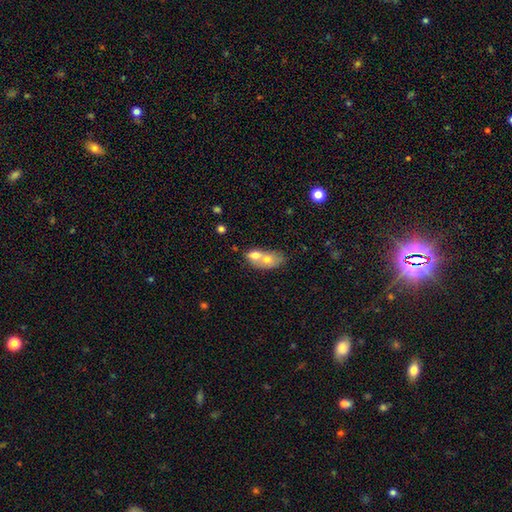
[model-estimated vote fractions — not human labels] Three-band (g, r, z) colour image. It shows a smooth galaxy with no disk features (64%) that is in between round and cigar-shaped (75%). Merging: merger (77%).